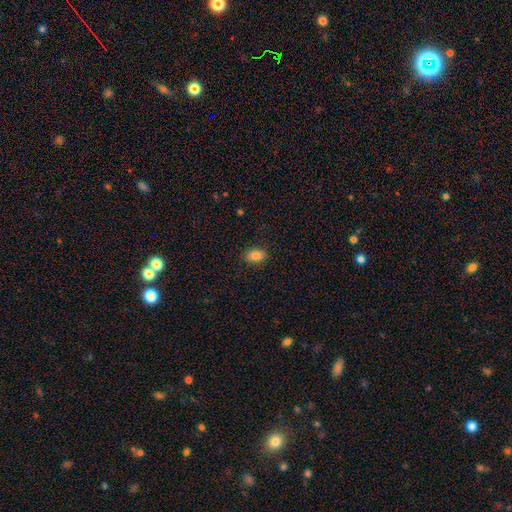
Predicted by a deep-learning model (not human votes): Overall: smooth (85%). How rounded: in between (79%). Merging: none (88%).